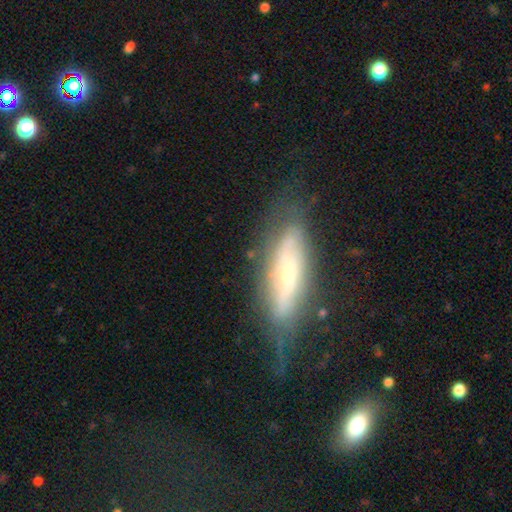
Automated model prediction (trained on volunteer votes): Smooth or featured: featured or disk — 66% (smooth — 26%)
Edge-on disk: no — 54% (yes — 46%)
Merging: none — 58% (minor disturbance — 26%)